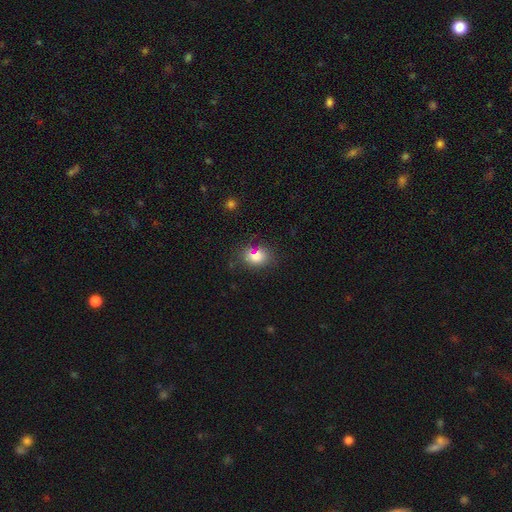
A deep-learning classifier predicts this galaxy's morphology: The model was most divided on "how rounded": in between: 56%, round: 42%, cigar-shaped: 2%. More confident: smooth or featured — smooth (76%); merging — none (68%).